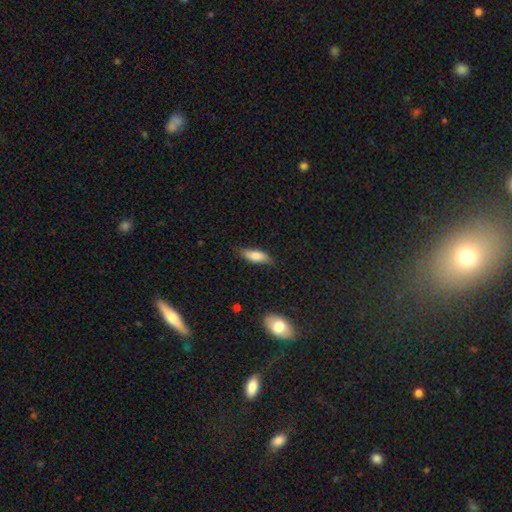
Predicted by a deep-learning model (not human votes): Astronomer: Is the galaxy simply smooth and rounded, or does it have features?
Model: smooth — 78%.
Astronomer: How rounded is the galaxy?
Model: in between — 64%.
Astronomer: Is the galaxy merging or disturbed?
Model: none — 79%.